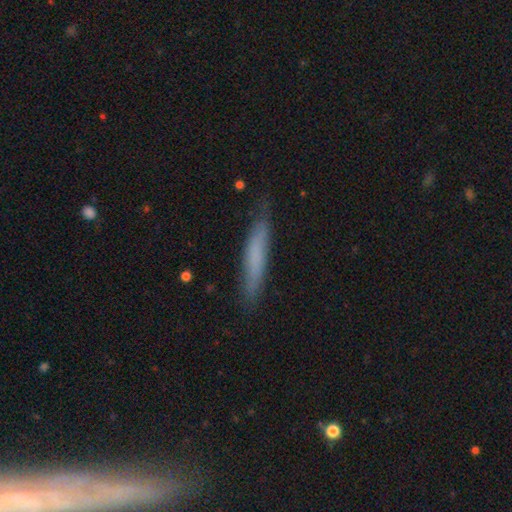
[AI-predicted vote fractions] smooth_or_featured: smooth (p=0.67) [alt: featured or disk p=0.27]
how_rounded: cigar-shaped (p=0.93) [alt: in between p=0.06]
merging: none (p=0.80) [alt: minor disturbance p=0.16]